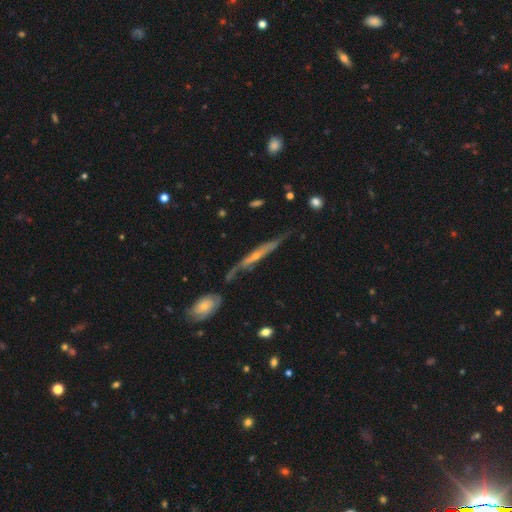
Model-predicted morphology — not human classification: This is likely a featured or disk galaxy (75%). It is likely viewed edge-on (79%). Edge-on bulge: likely rounded (62%). Merging: possibly none (59%).